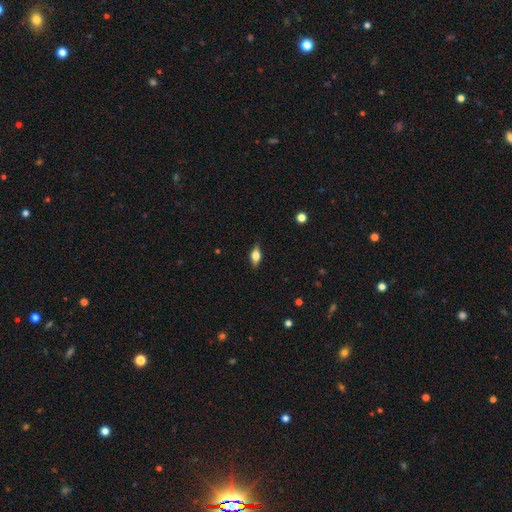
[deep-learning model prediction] Smooth or featured? smooth (64%)
How rounded? in between (80%)
Merging? none (82%)